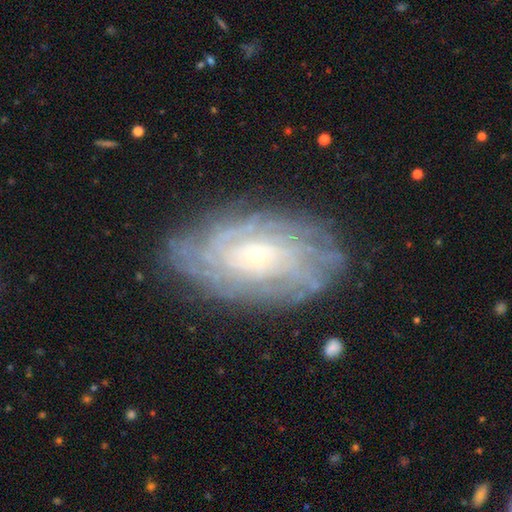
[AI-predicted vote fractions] Q: Smooth or featured?
A: featured or disk (80%); runner-up: smooth (12%)
Q: Edge-on disk?
A: no (94%); runner-up: yes (6%)
Q: Bar?
A: no (75%); runner-up: weak (20%)
Q: Spiral arms?
A: yes (93%); runner-up: no (7%)
Q: Spiral winding?
A: tight (80%); runner-up: medium (16%)
Q: Spiral arm count?
A: can't tell (44%); runner-up: more than 4 (20%)
Q: Bulge size?
A: small (82%); runner-up: moderate (13%)
Q: Merging?
A: none (80%); runner-up: minor disturbance (14%)